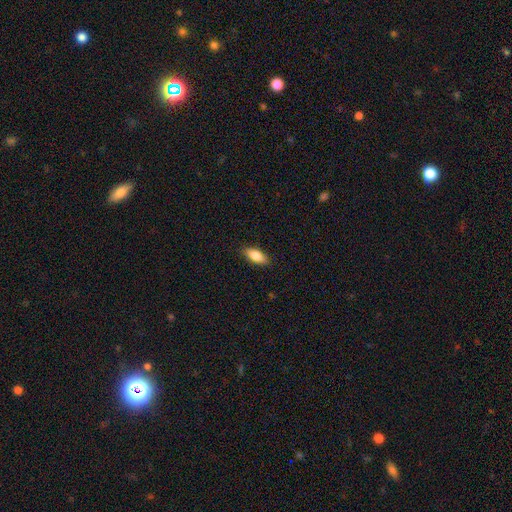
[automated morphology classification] Smooth or featured: smooth — 84% (featured or disk — 10%)
How rounded: in between — 83% (cigar-shaped — 14%)
Merging: none — 88% (minor disturbance — 9%)